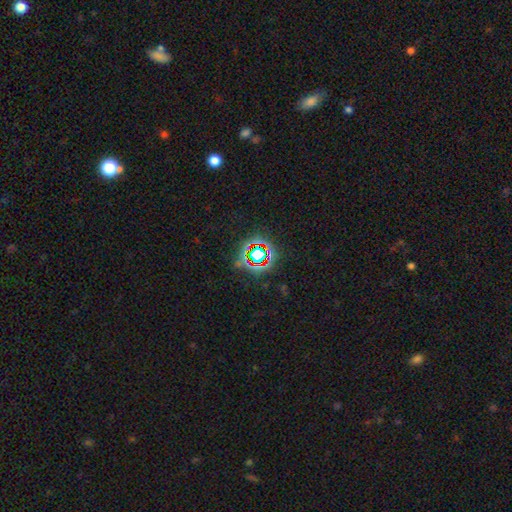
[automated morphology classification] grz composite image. It shows a star or artifact, not a galaxy (70%).